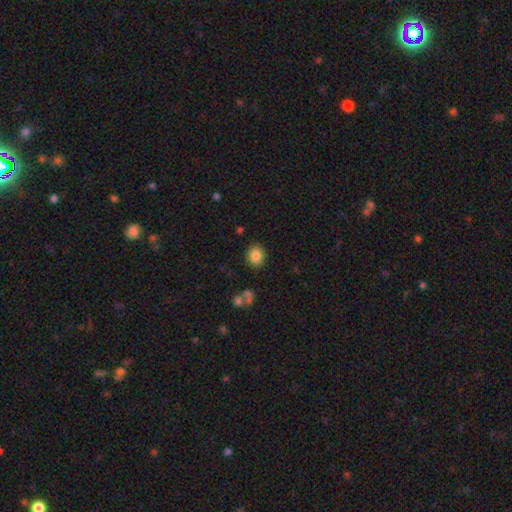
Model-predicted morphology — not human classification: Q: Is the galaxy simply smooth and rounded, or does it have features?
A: smooth — 85%.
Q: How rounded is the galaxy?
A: round — 62%.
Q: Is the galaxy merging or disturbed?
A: none — 87%.